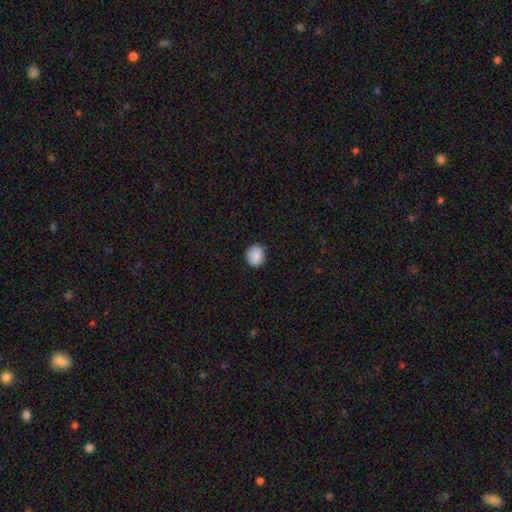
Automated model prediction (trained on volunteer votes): Smooth or featured?
  - smooth: 88% *
  - star or artifact: 8%
  - featured or disk: 4%
How rounded?
  - round: 82% *
  - in between: 17%
  - cigar-shaped: 1%
Merging?
  - none: 84% *
  - minor disturbance: 13%
  - major disturbance: 2%
  - merger: 1%